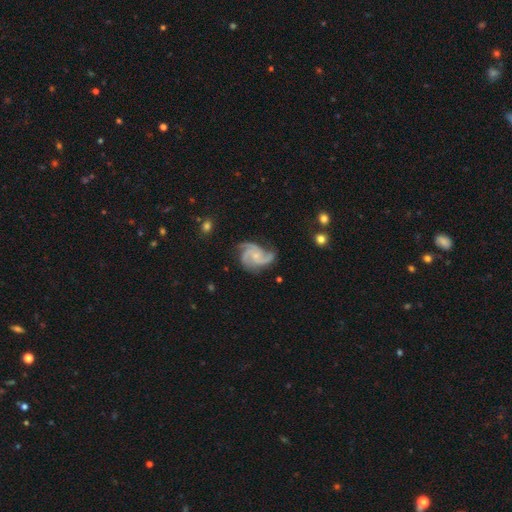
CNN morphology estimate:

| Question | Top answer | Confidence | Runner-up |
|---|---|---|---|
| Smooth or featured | featured or disk | 91% | star or artifact (5%) |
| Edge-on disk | no | 98% | yes (2%) |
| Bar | no | 70% | weak (25%) |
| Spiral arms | yes | 99% | no (1%) |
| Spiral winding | medium | 55% | tight (31%) |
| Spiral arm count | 3 | 71% | 4 (11%) |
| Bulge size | small | 71% | moderate (21%) |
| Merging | none | 70% | minor disturbance (20%) |